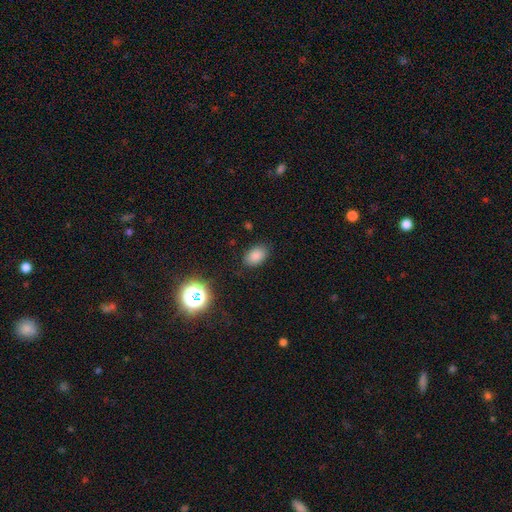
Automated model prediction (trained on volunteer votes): This is clearly a smooth galaxy (81%). How rounded: clearly in between (84%). Merging: clearly none (84%).